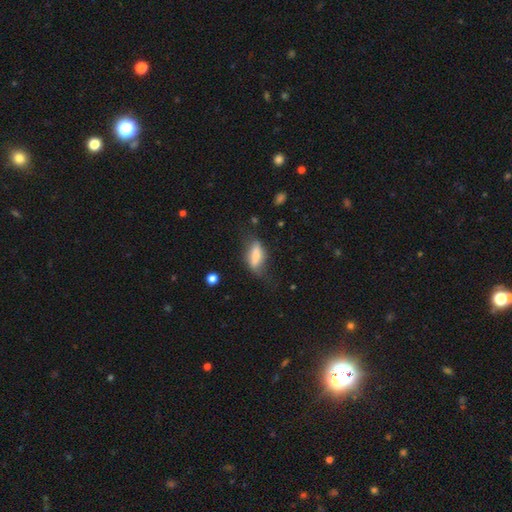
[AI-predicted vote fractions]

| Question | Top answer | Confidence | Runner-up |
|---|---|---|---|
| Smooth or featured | smooth | 58% | featured or disk (34%) |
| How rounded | in between | 69% | cigar-shaped (27%) |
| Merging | none | 48% | minor disturbance (30%) |